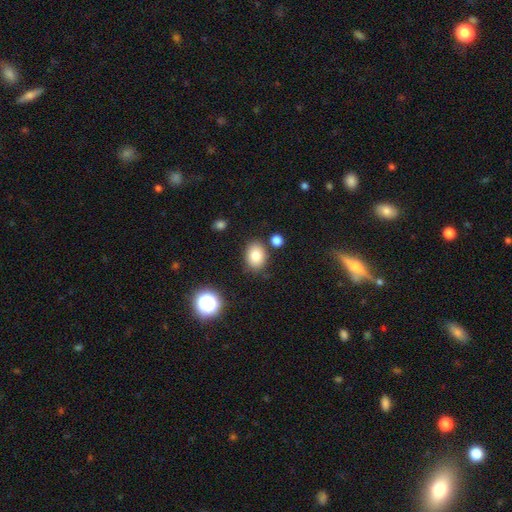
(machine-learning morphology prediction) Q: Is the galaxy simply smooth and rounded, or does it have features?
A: smooth — 81%.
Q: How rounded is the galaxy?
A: in between — 67%.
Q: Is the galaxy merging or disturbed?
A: none — 82%.